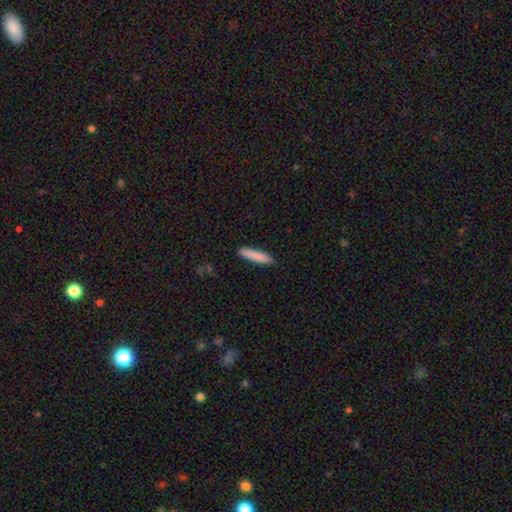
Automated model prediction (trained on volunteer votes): Smooth or featured?
  - smooth: 85% *
  - featured or disk: 9%
  - star or artifact: 6%
How rounded?
  - cigar-shaped: 88% *
  - in between: 11%
  - round: 1%
Merging?
  - none: 89% *
  - minor disturbance: 8%
  - major disturbance: 2%
  - merger: 1%